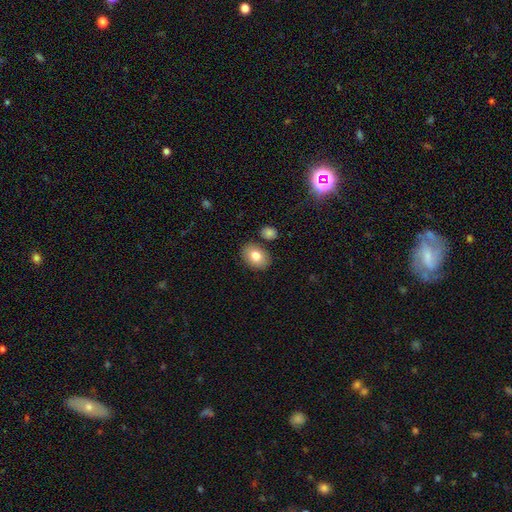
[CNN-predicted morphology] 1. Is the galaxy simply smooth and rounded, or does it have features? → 80% smooth, 12% featured or disk, 8% star or artifact.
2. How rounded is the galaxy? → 78% in between, 21% round, 1% cigar-shaped.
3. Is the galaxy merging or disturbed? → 82% none, 10% minor disturbance, 6% merger, 3% major disturbance.